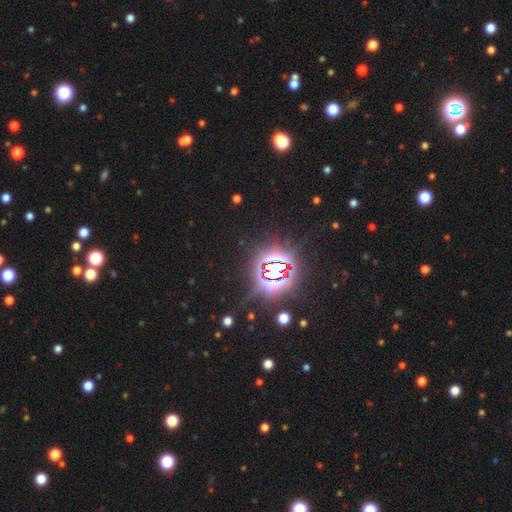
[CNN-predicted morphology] Smooth or featured? Predicted: star or artifact (p=0.83).